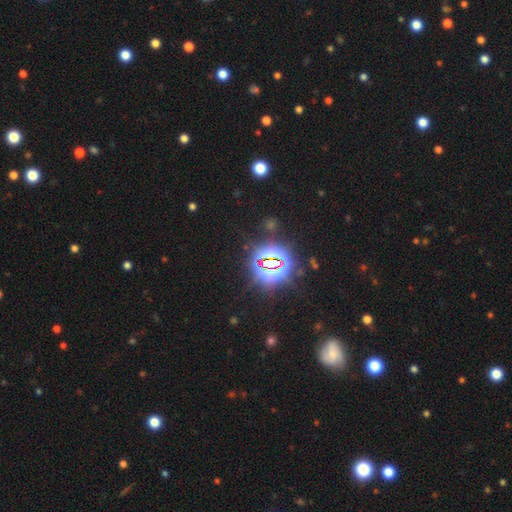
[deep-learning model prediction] Smooth or featured? Predicted: star or artifact (p=0.84).